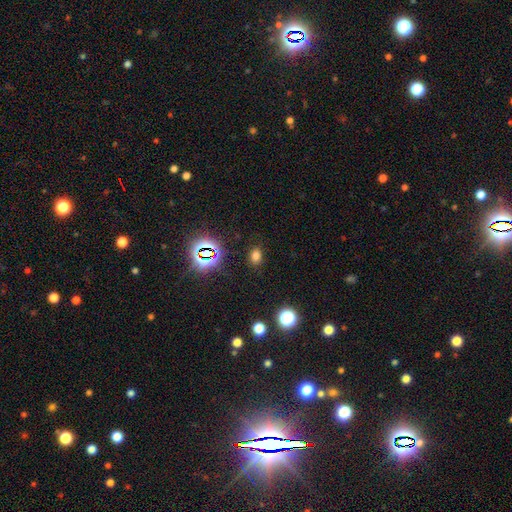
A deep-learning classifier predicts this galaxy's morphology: Q: Smooth or featured?
A: smooth (68%); runner-up: star or artifact (26%)
Q: How rounded?
A: in between (71%); runner-up: round (27%)
Q: Merging?
A: none (84%); runner-up: minor disturbance (10%)